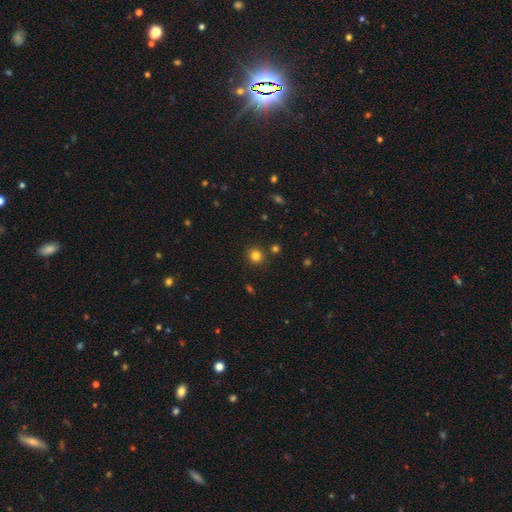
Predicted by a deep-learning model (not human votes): smooth-or-featured: smooth: 81% | star or artifact: 14% | featured or disk: 5%
  how-rounded: round: 91% | in between: 8% | cigar-shaped: 1%
  merging: none: 87% | minor disturbance: 7% | merger: 4% | major disturbance: 2%